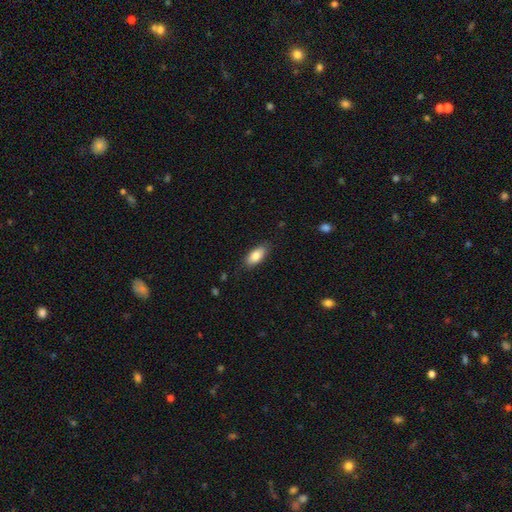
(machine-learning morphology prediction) Smooth or featured? Predicted: smooth (p=0.84). How rounded? Predicted: in between (p=0.87). Merging? Predicted: none (p=0.84).